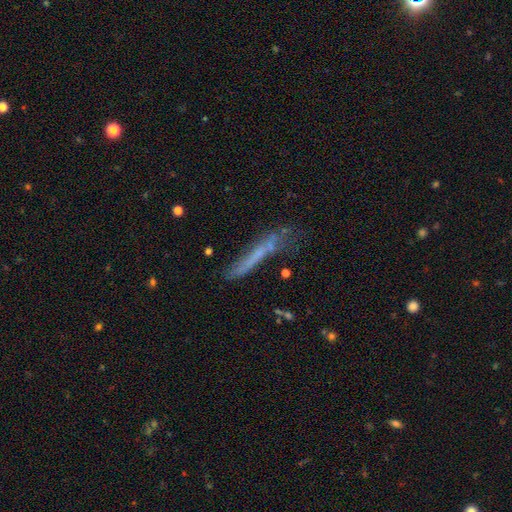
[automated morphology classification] Q: Smooth or featured?
A: smooth (48%); runner-up: featured or disk (41%)
Q: Merging?
A: none (52%); runner-up: minor disturbance (26%)